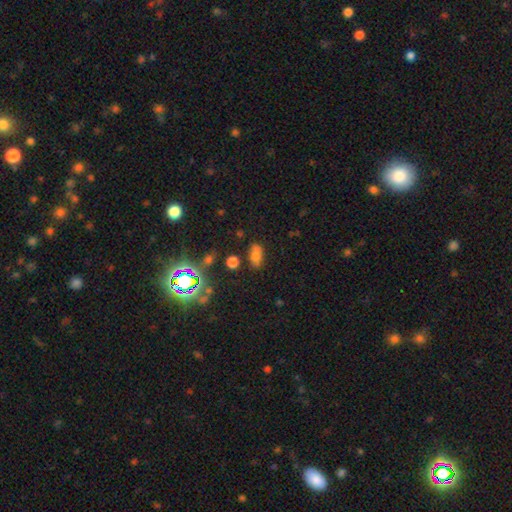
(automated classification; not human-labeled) This appears to be a smooth galaxy with no disk features (64%) that is in between round and cigar-shaped (83%). Merging: none (67%).